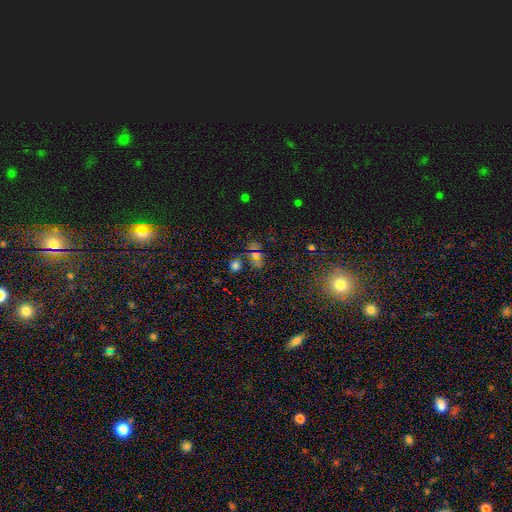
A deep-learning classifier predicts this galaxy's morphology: smooth 46%, star or artifact 43%, featured or disk 11%. Down the decision tree: merging — none (64%).